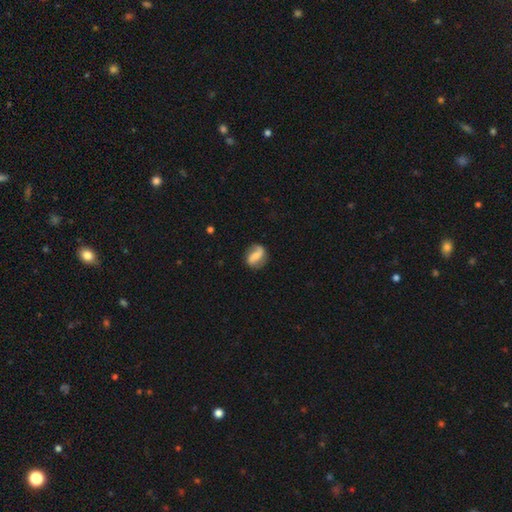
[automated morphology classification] Q: Smooth or featured?
A: featured or disk (60%); runner-up: smooth (32%)
Q: Edge-on disk?
A: no (96%); runner-up: yes (4%)
Q: Bar?
A: strong (41%); runner-up: weak (34%)
Q: Spiral arms?
A: yes (86%); runner-up: no (14%)
Q: Bulge size?
A: none (36%); runner-up: small (30%)
Q: Merging?
A: none (70%); runner-up: minor disturbance (19%)